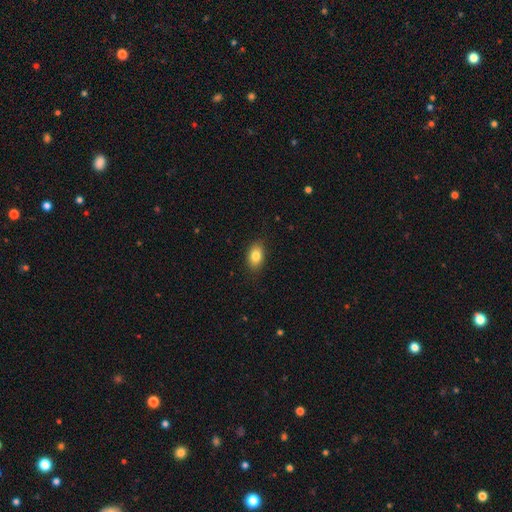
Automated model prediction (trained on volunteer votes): smooth 83%, star or artifact 9%, featured or disk 8%. Down the decision tree: how rounded — in between (83%); merging — none (85%).